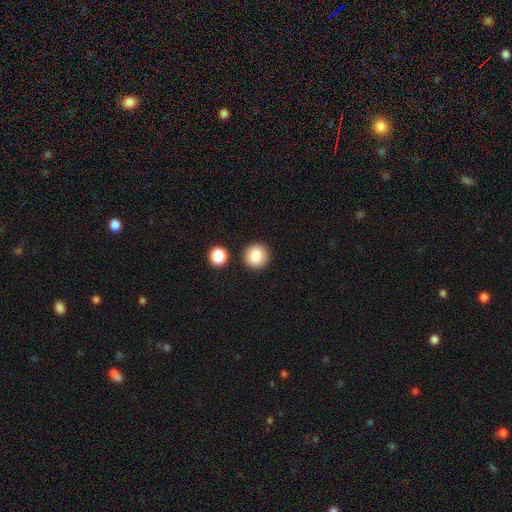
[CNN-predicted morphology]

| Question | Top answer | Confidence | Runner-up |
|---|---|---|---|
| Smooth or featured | smooth | 85% | star or artifact (9%) |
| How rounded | round | 94% | in between (5%) |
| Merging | none | 88% | minor disturbance (6%) |